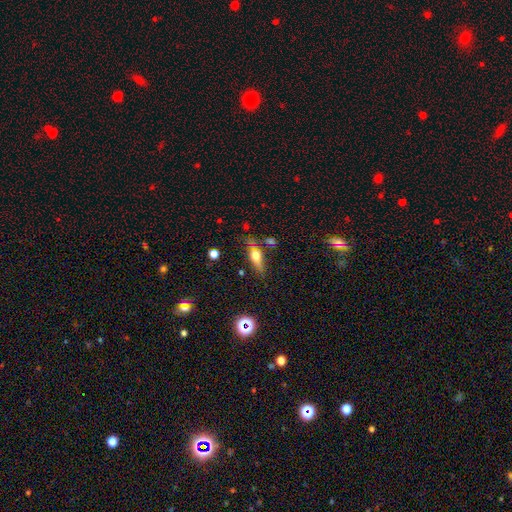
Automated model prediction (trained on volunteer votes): A smooth galaxy with no disk features (55%) that is in between round and cigar-shaped (54%).

Vote fractions:
- Smooth or featured? smooth: 55% / featured or disk: 34% / star or artifact: 11%
- How rounded? in between: 54% / cigar-shaped: 38% / round: 8%
- Merging? none: 61% / minor disturbance: 21% / merger: 9% / major disturbance: 8%